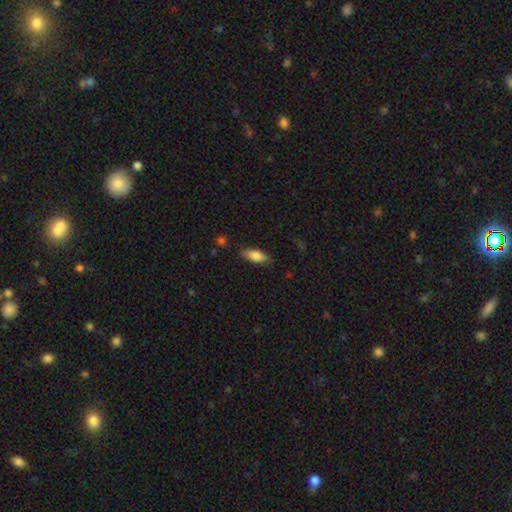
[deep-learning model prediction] Morphology: type=smooth (81%); roundness=in between (76%); merging=none (77%).